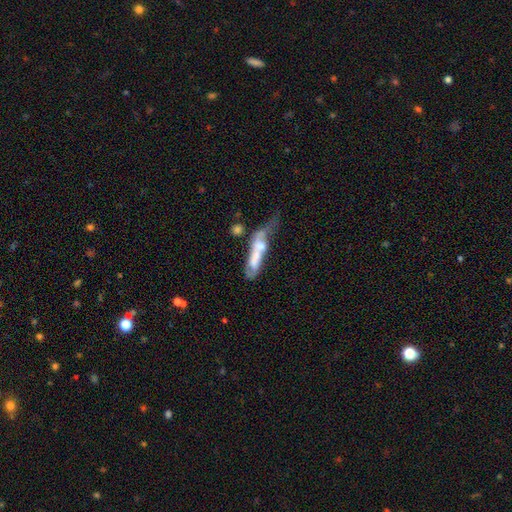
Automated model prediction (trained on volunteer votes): The model was most divided on "smooth or featured": featured or disk: 47%, smooth: 45%, star or artifact: 8%. Remaining: merging — merger (40%).